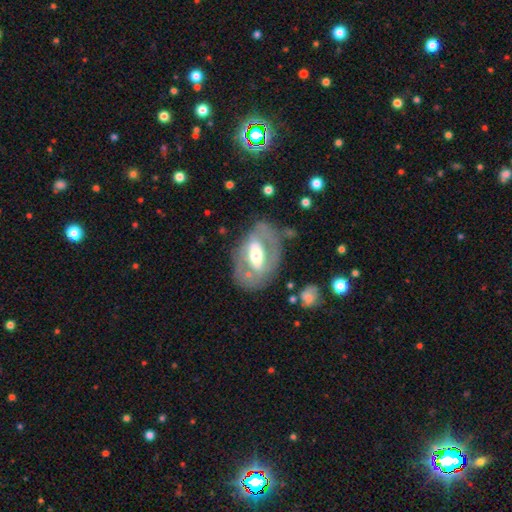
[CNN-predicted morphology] A featured or disk galaxy (71%) with a strong bar (42%), no spiral arms (61%) and a moderate central bulge (65%). Merging: none (66%).